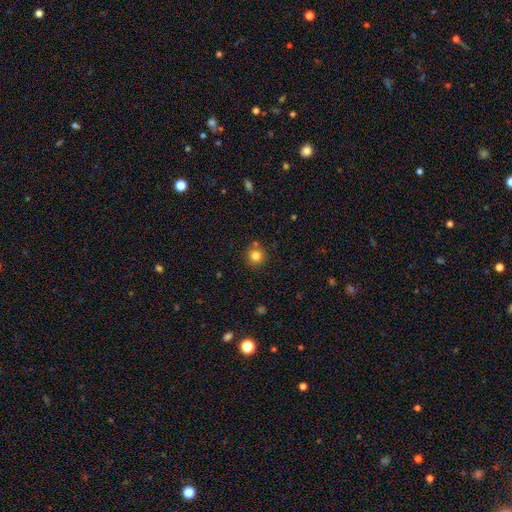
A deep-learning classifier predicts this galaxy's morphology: This appears to be a smooth galaxy with no disk features (81%) that is round (94%). Merging: none (82%).